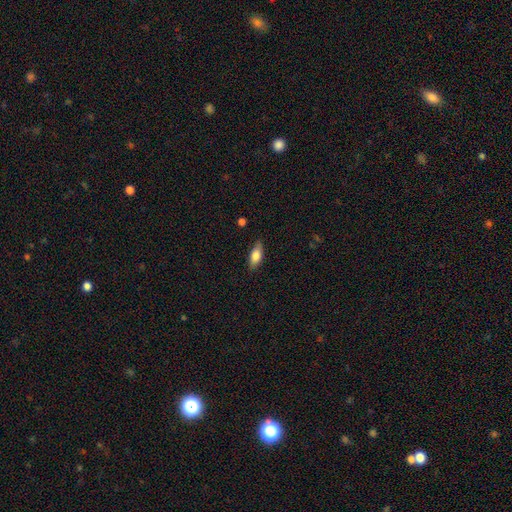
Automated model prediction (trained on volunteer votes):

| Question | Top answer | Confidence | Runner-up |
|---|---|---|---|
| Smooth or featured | smooth | 78% | featured or disk (15%) |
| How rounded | in between | 78% | cigar-shaped (19%) |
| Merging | none | 84% | minor disturbance (13%) |